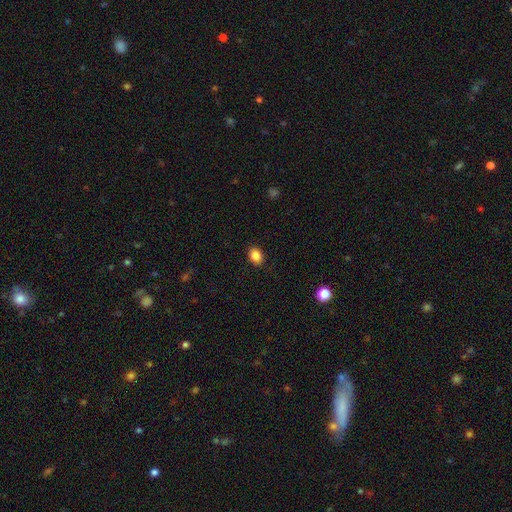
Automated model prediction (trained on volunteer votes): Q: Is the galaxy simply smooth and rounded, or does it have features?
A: smooth — 86%.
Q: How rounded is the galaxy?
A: in between — 65%.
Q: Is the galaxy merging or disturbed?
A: none — 89%.